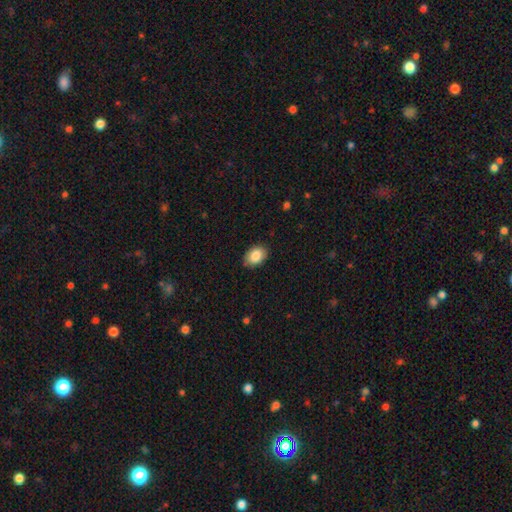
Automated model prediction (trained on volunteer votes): This appears to be a smooth galaxy with no disk features (87%) that is in between round and cigar-shaped (83%). Merging: none (86%).